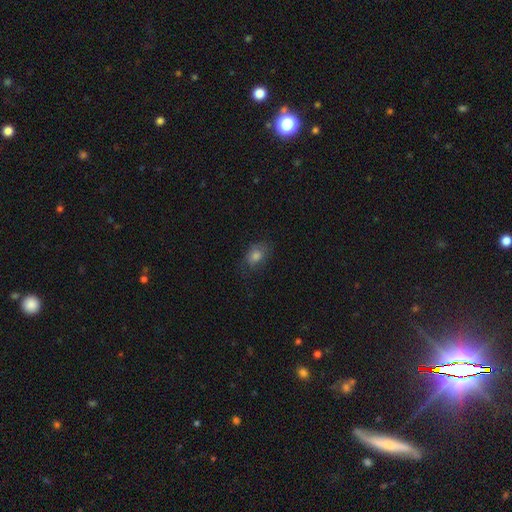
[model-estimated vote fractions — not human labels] smooth-or-featured: smooth: 73% | star or artifact: 13% | featured or disk: 13%
  how-rounded: in between: 69% | round: 29% | cigar-shaped: 2%
  merging: none: 67% | minor disturbance: 22% | major disturbance: 10% | merger: 1%